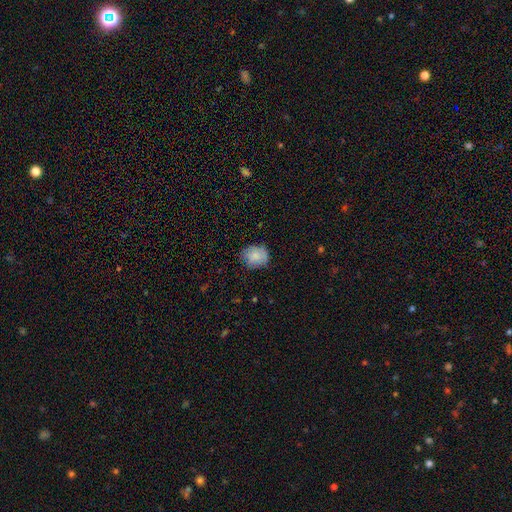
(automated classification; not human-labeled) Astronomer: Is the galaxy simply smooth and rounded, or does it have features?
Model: smooth — 79%.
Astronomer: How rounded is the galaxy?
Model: round — 64%.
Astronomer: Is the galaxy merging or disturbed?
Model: none — 70%.